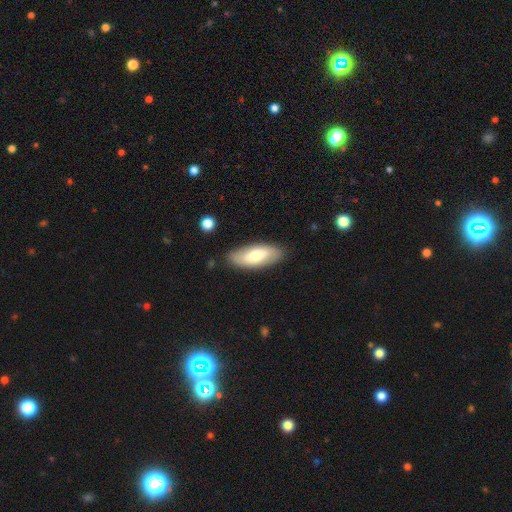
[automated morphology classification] smooth 66%, featured or disk 28%, star or artifact 6%. Down the decision tree: how rounded — in between (80%); merging — none (84%).